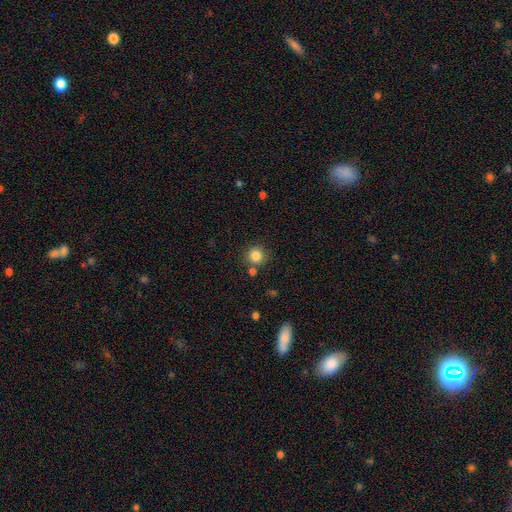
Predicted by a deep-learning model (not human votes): A smooth galaxy with no disk features (84%) that is round (91%).

Vote fractions:
- Smooth or featured? smooth: 84% / star or artifact: 11% / featured or disk: 5%
- How rounded? round: 91% / in between: 8% / cigar-shaped: 1%
- Merging? none: 79% / minor disturbance: 9% / merger: 9% / major disturbance: 3%